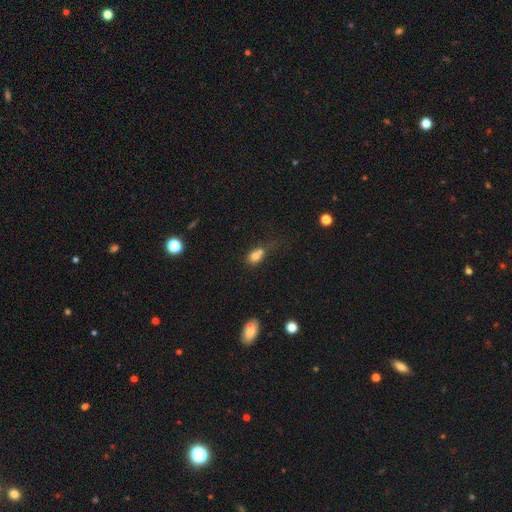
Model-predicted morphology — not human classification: Smooth or featured? smooth (73%)
How rounded? round (53%)
Merging? merger (50%)